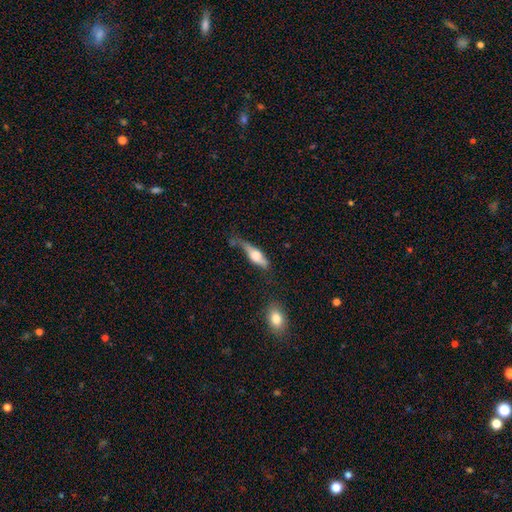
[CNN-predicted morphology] smooth_or_featured: smooth (p=0.53) [alt: featured or disk p=0.40]
how_rounded: cigar-shaped (p=0.49) [alt: in between p=0.47]
merging: none (p=0.37) [alt: minor disturbance p=0.32]